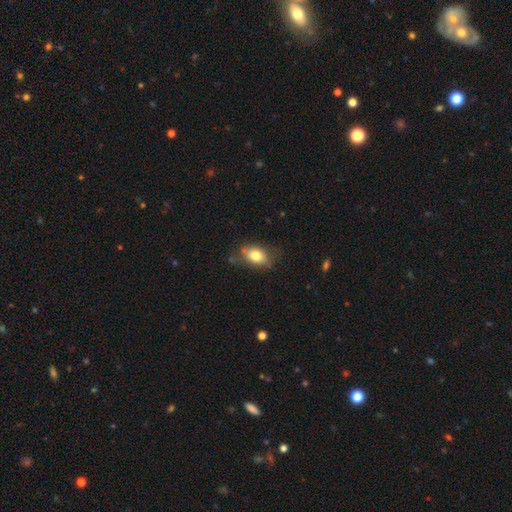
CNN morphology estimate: A smooth galaxy with no disk features (77%) that is in between round and cigar-shaped (83%).

Vote fractions:
- Smooth or featured? smooth: 77% / featured or disk: 16% / star or artifact: 8%
- How rounded? in between: 83% / round: 15% / cigar-shaped: 3%
- Merging? none: 62% / minor disturbance: 26% / major disturbance: 8% / merger: 3%